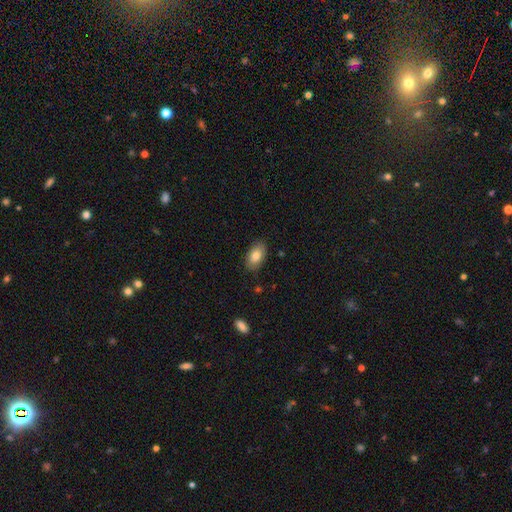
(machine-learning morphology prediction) This is clearly a smooth galaxy (82%). How rounded: clearly in between (93%). Merging: clearly none (84%).